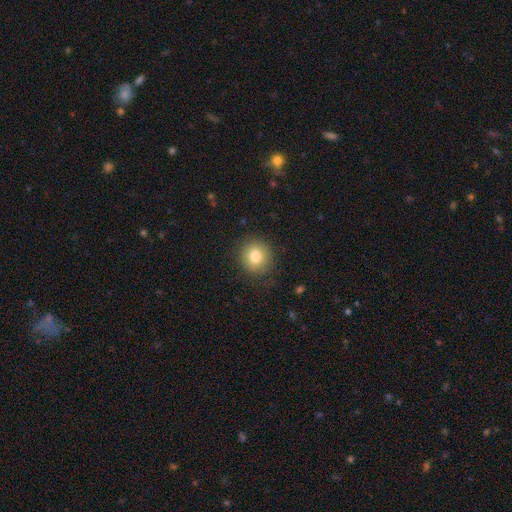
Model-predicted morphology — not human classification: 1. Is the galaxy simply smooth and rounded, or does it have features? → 81% smooth, 10% star or artifact, 9% featured or disk.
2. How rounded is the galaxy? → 88% round, 11% in between, 1% cigar-shaped.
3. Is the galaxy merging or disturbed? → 87% none, 9% minor disturbance, 3% major disturbance, 1% merger.